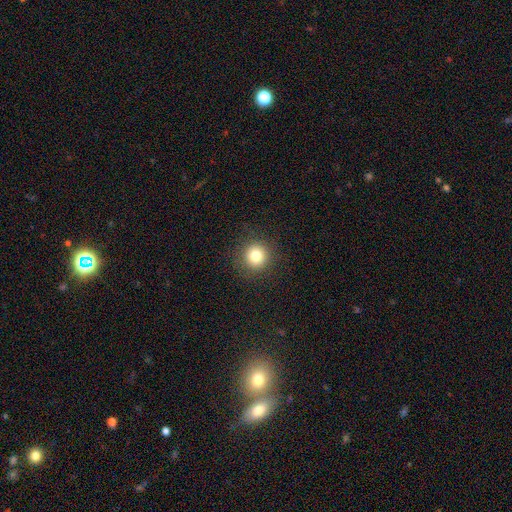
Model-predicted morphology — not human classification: A smooth galaxy with no disk features (80%) that is round (93%).

Vote fractions:
- Smooth or featured? smooth: 80% / star or artifact: 12% / featured or disk: 7%
- How rounded? round: 93% / in between: 6% / cigar-shaped: 1%
- Merging? none: 90% / minor disturbance: 6% / major disturbance: 3% / merger: 1%